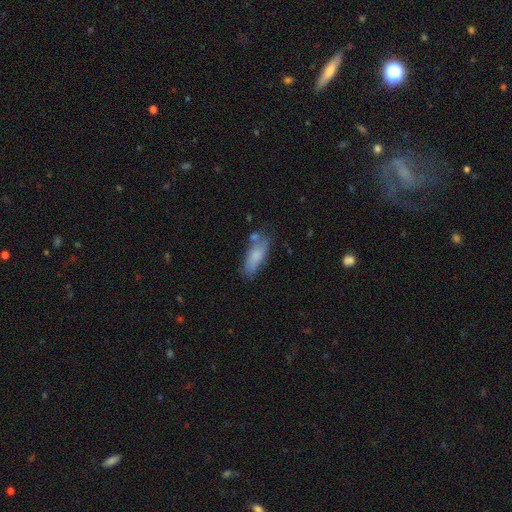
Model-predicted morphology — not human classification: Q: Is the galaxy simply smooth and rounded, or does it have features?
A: smooth — 72%.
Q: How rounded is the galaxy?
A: in between — 62%.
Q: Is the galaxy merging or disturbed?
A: none — 60%.